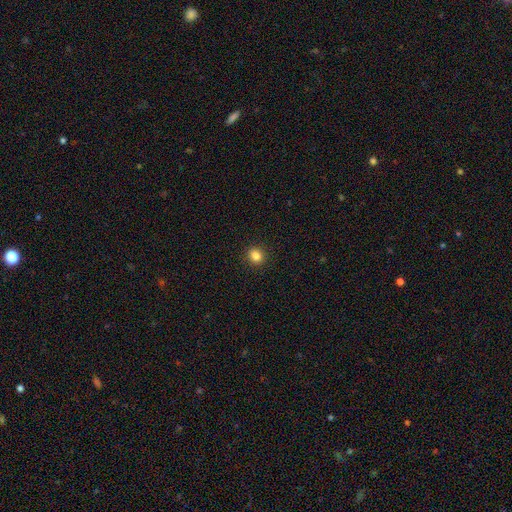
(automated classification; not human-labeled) The model was most divided on "how rounded": round: 80%, in between: 19%, cigar-shaped: 1%. More confident: merging — none (92%); smooth or featured — smooth (84%).